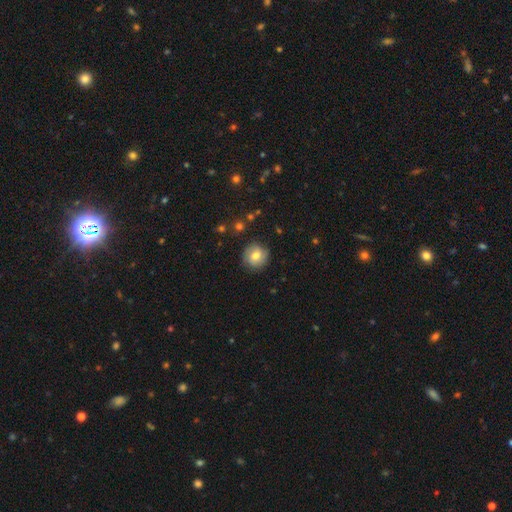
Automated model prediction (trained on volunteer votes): Morphology: type=smooth (68%); roundness=round (90%); merging=none (85%).